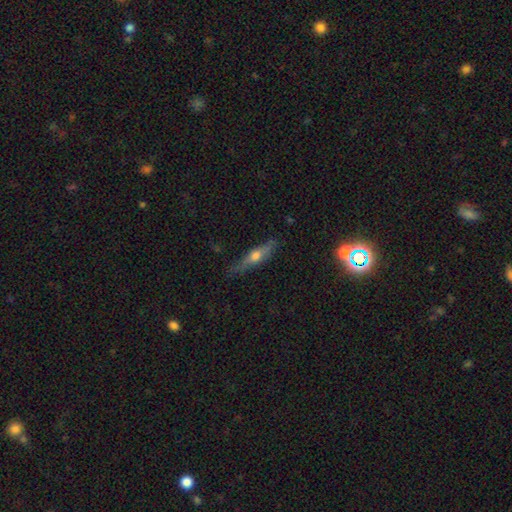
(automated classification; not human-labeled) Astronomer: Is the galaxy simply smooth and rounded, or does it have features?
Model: featured or disk — 62%.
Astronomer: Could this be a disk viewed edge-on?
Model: yes — 92%.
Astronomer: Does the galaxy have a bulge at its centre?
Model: rounded — 92%.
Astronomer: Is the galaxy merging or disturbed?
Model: none — 82%.